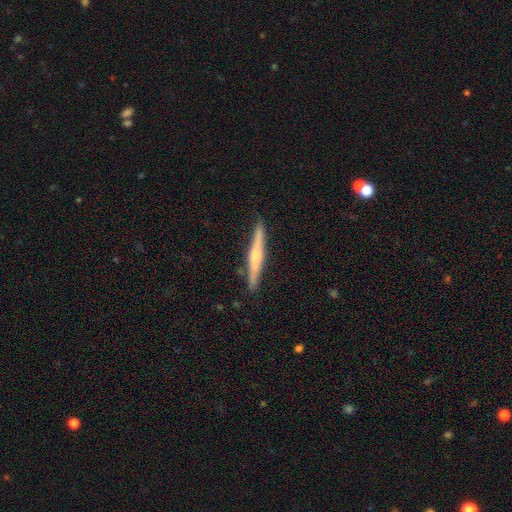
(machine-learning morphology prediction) A featured or disk galaxy (68%) viewed edge-on (98%) with a rounded central bulge (75%).

Vote fractions:
- Smooth or featured? featured or disk: 68% / smooth: 27% / star or artifact: 6%
- Edge-on disk? yes: 98% / no: 2%
- Edge-on bulge? rounded: 75% / none: 15% / boxy: 10%
- Merging? none: 89% / minor disturbance: 8% / major disturbance: 1% / merger: 1%